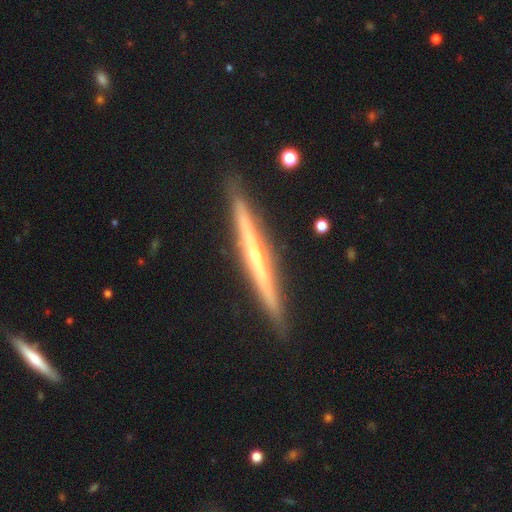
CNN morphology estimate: Smooth or featured?
  - featured or disk: 79% *
  - smooth: 16%
  - star or artifact: 5%
Edge-on disk?
  - yes: 97% *
  - no: 3%
Edge-on bulge?
  - rounded: 69% *
  - none: 28%
  - boxy: 3%
Merging?
  - none: 91% *
  - minor disturbance: 7%
  - major disturbance: 1%
  - merger: 1%